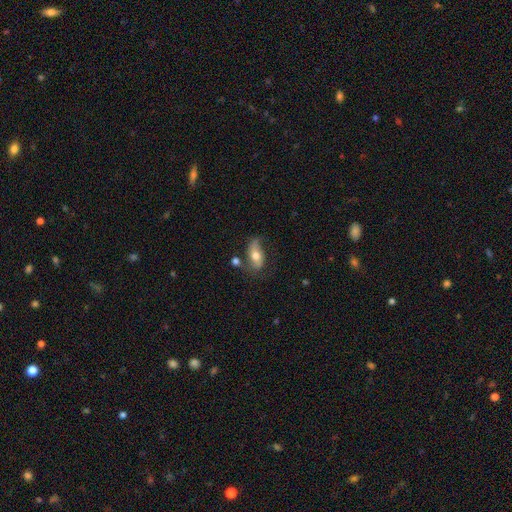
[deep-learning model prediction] Smooth or featured?
  - smooth: 52% *
  - featured or disk: 40%
  - star or artifact: 7%
How rounded?
  - in between: 87% *
  - round: 7%
  - cigar-shaped: 6%
Merging?
  - none: 51% *
  - minor disturbance: 27%
  - major disturbance: 13%
  - merger: 8%